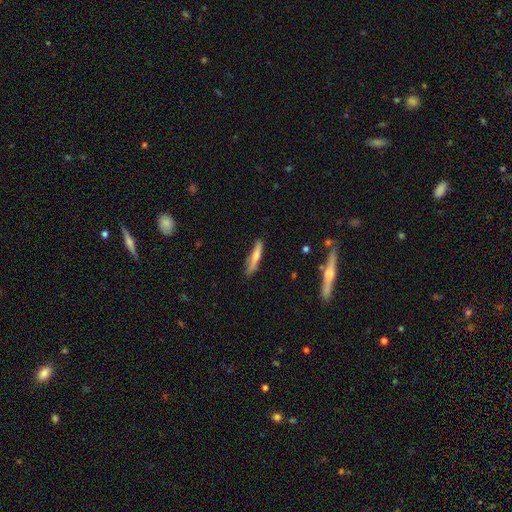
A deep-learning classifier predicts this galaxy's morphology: The model was most divided on "smooth or featured": smooth: 65%, featured or disk: 29%, star or artifact: 6%. More confident: how rounded — cigar-shaped (88%); merging — none (74%).